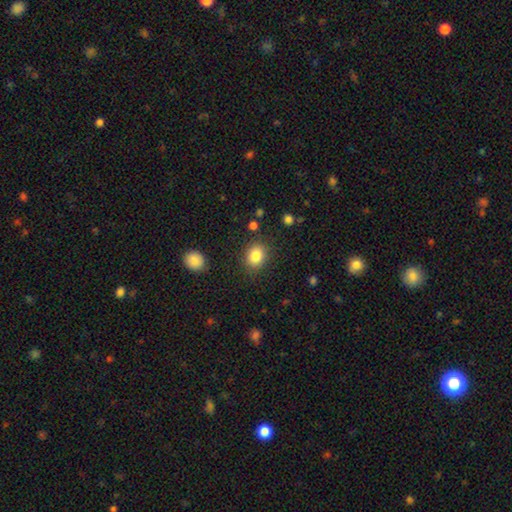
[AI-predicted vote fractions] Q: Smooth or featured?
A: smooth (84%); runner-up: star or artifact (10%)
Q: How rounded?
A: round (53%); runner-up: in between (46%)
Q: Merging?
A: none (84%); runner-up: minor disturbance (10%)